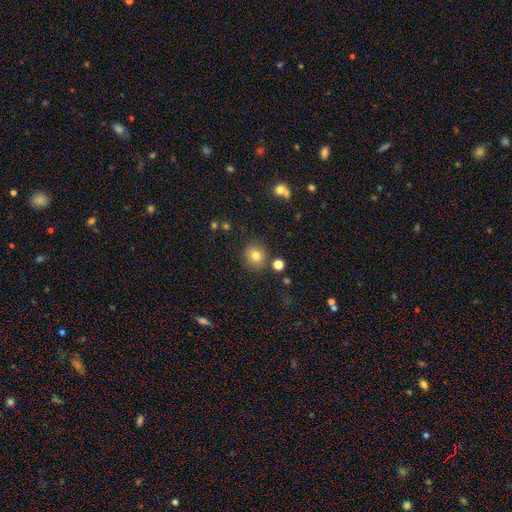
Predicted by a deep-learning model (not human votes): The model was most divided on "smooth or featured": smooth: 78%, star or artifact: 12%, featured or disk: 10%. More confident: how rounded — round (86%); merging — none (83%).